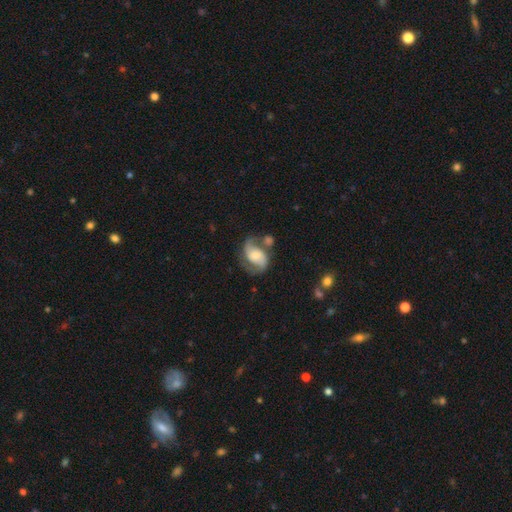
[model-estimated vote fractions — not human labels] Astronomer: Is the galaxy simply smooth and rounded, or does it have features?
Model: featured or disk — 78%.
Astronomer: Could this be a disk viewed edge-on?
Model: no — 98%.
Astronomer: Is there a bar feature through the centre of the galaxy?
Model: no — 54% (runner-up: weak, 33%).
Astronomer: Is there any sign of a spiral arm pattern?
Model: yes — 93%.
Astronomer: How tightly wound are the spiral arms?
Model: medium — 47% (runner-up: loose, 38%).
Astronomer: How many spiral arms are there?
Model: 2 — 88%.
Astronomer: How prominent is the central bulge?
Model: moderate — 38% (runner-up: small, 36%).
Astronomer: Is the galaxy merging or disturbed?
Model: none — 48%.